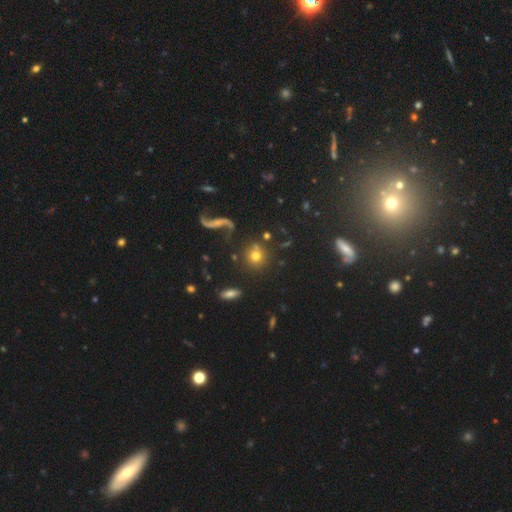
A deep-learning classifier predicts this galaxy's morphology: Smooth or featured? smooth (65%)
How rounded? round (92%)
Merging? none (76%)